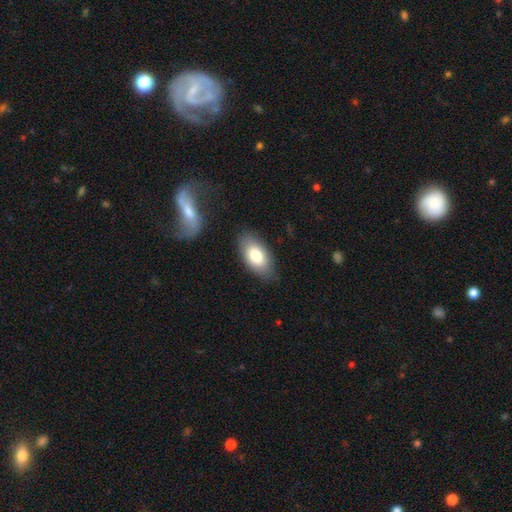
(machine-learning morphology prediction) Smooth or featured? smooth (79%)
How rounded? in between (93%)
Merging? none (82%)